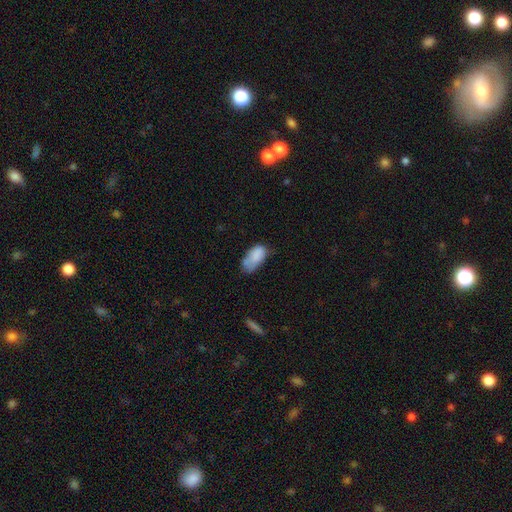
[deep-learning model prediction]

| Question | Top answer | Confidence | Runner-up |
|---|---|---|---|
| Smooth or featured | smooth | 79% | featured or disk (13%) |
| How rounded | in between | 93% | cigar-shaped (4%) |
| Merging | none | 39% | minor disturbance (36%) |